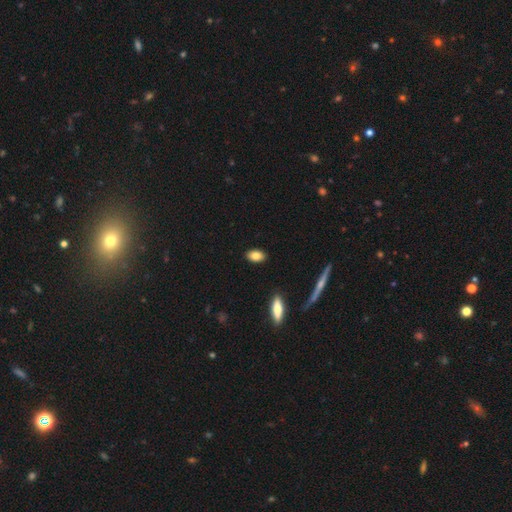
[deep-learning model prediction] This appears to be a smooth galaxy with no disk features (84%) that is in between round and cigar-shaped (90%). Merging: none (89%).